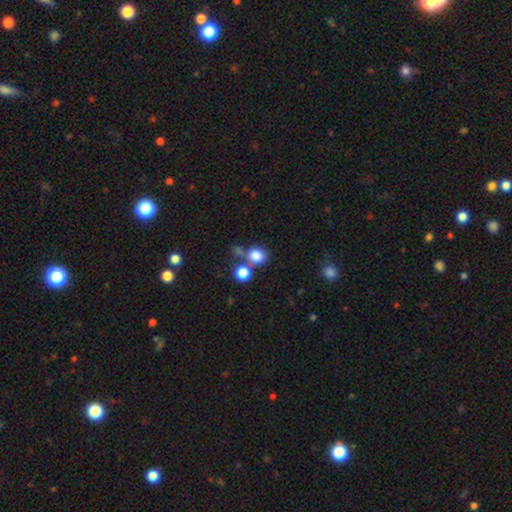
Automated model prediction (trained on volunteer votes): Smooth or featured? Predicted: smooth (p=0.81). How rounded? Predicted: round (p=0.69). Merging? Predicted: none (p=0.51).